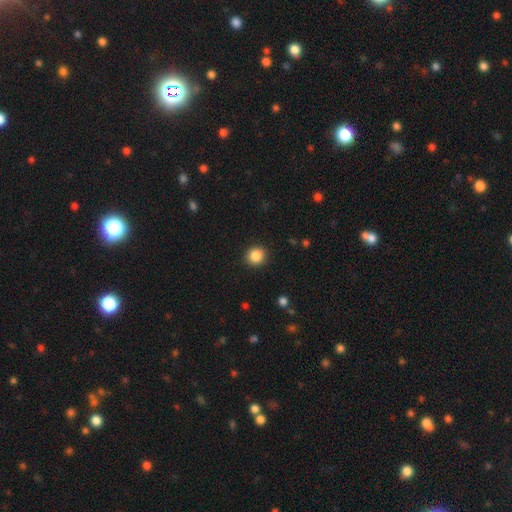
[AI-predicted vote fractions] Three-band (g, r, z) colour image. It shows a smooth galaxy with no disk features (87%) that is round (90%). Merging: none (91%).